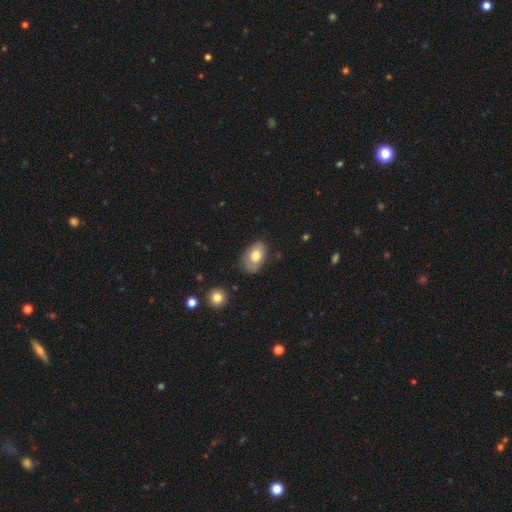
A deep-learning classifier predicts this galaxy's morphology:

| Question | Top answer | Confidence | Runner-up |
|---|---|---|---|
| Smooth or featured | smooth | 73% | featured or disk (19%) |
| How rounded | in between | 89% | round (10%) |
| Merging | none | 71% | minor disturbance (22%) |